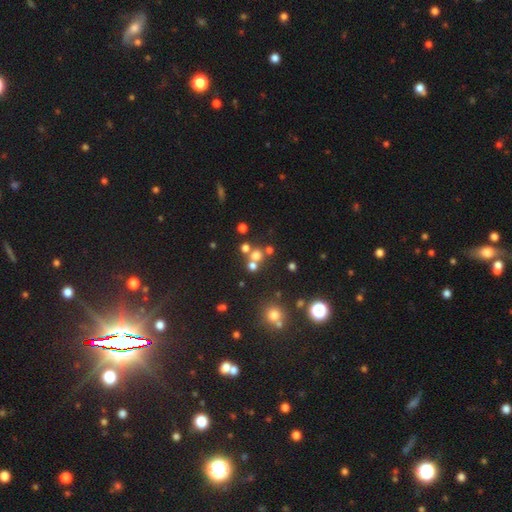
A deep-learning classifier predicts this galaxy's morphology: A smooth galaxy with no disk features (58%) that is round (88%).

Vote fractions:
- Smooth or featured? smooth: 58% / star or artifact: 29% / featured or disk: 13%
- How rounded? round: 88% / in between: 11% / cigar-shaped: 1%
- Merging? none: 56% / merger: 33% / minor disturbance: 7% / major disturbance: 4%